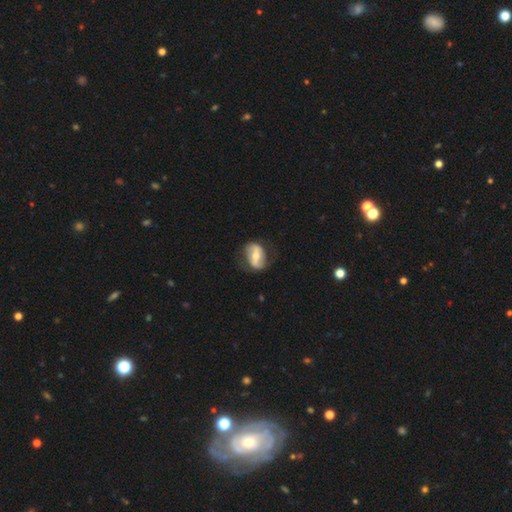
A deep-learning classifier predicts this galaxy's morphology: A featured or disk galaxy (65%) with a strong bar (49%), spiral arms (67%) and a moderate central bulge (66%).

Vote fractions:
- Smooth or featured? featured or disk: 65% / smooth: 29% / star or artifact: 6%
- Edge-on disk? no: 94% / yes: 6%
- Bar? strong: 49% / weak: 30% / no: 21%
- Spiral arms? yes: 67% / no: 33%
- Bulge size? moderate: 66% / small: 27% / large: 5% / none: 1% / dominant: 1%
- Merging? none: 69% / minor disturbance: 20% / major disturbance: 10% / merger: 1%